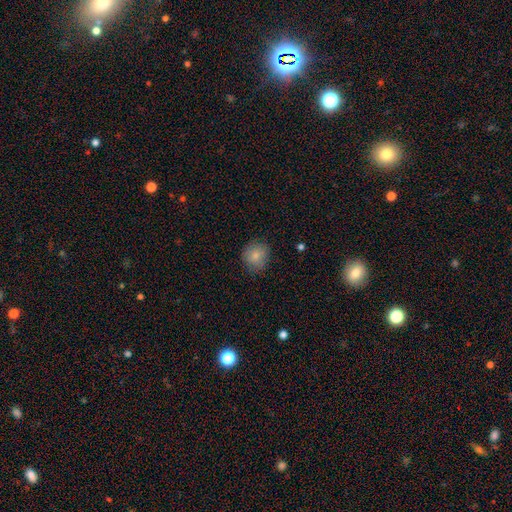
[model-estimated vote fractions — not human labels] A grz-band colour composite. It shows a smooth galaxy with no disk features (82%) that is round (82%). Merging: none (82%).